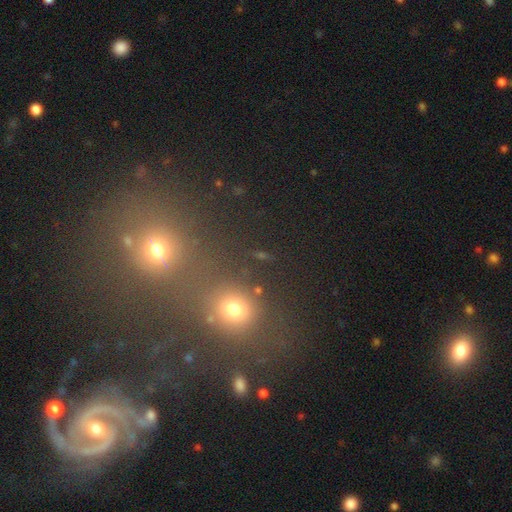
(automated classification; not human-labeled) The model was most divided on "smooth or featured": star or artifact: 44%, smooth: 42%, featured or disk: 14%.